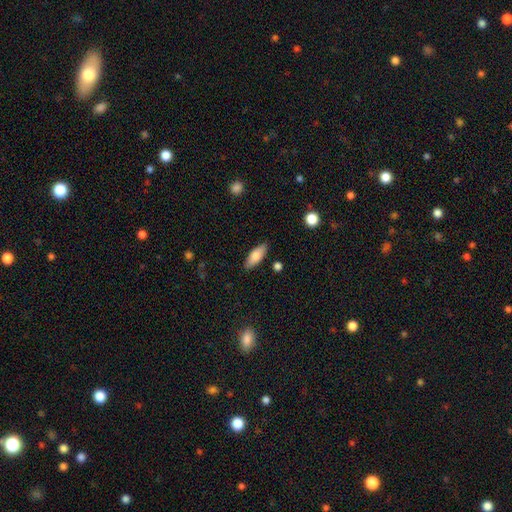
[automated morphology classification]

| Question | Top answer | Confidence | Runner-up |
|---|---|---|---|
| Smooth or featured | smooth | 80% | featured or disk (14%) |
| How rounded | in between | 76% | cigar-shaped (22%) |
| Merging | none | 86% | minor disturbance (10%) |